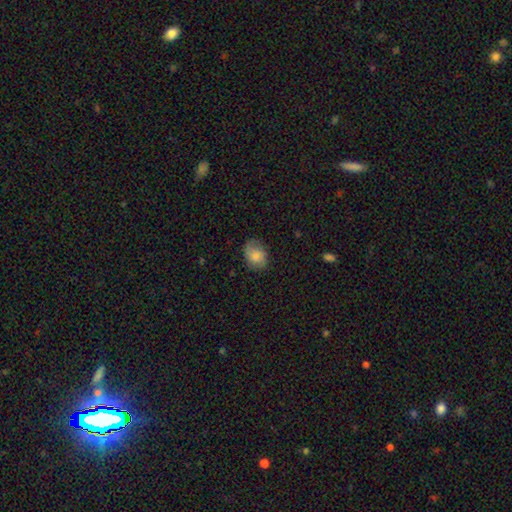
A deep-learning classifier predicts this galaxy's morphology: Smooth or featured? Predicted: smooth (p=0.76). How rounded? Predicted: in between (p=0.65). Merging? Predicted: none (p=0.67).